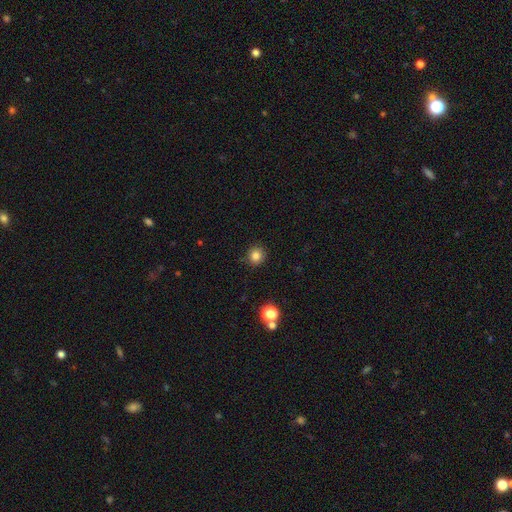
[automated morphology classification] A smooth galaxy with no disk features (83%) that is round (91%). Merging: none (87%).